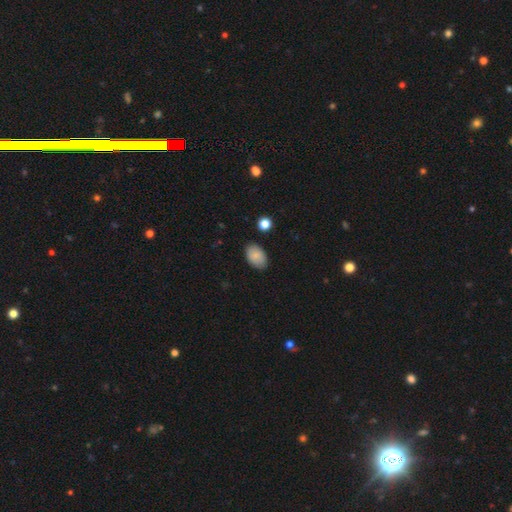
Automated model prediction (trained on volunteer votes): Q: Smooth or featured?
A: smooth (85%); runner-up: featured or disk (8%)
Q: How rounded?
A: in between (89%); runner-up: round (10%)
Q: Merging?
A: none (84%); runner-up: minor disturbance (12%)